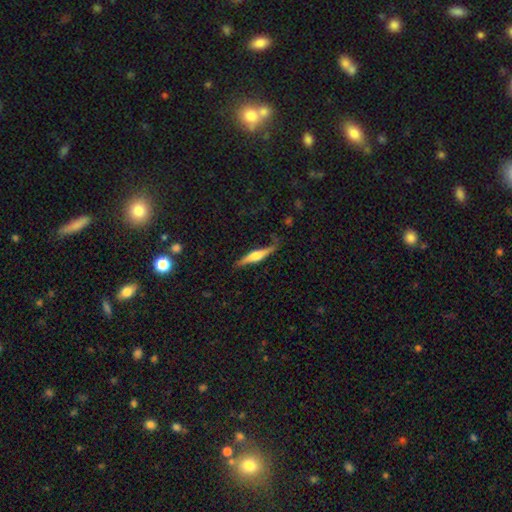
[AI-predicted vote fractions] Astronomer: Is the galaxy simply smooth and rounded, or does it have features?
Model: featured or disk — 62%.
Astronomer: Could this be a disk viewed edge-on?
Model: yes — 89%.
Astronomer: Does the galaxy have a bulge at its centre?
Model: rounded — 83%.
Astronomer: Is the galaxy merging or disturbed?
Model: none — 68%.